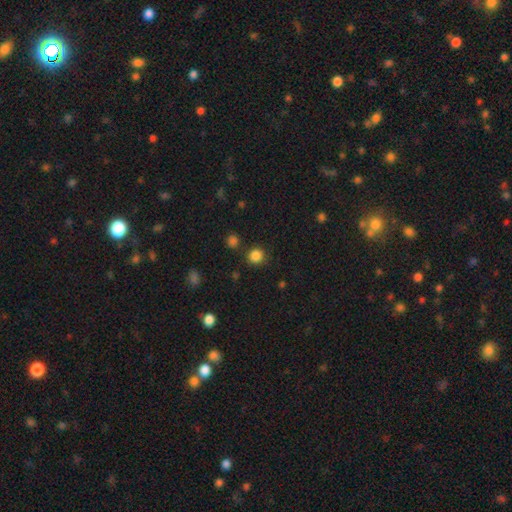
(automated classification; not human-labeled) This appears to be a smooth galaxy with no disk features (84%) that is round (90%). Merging: none (86%).